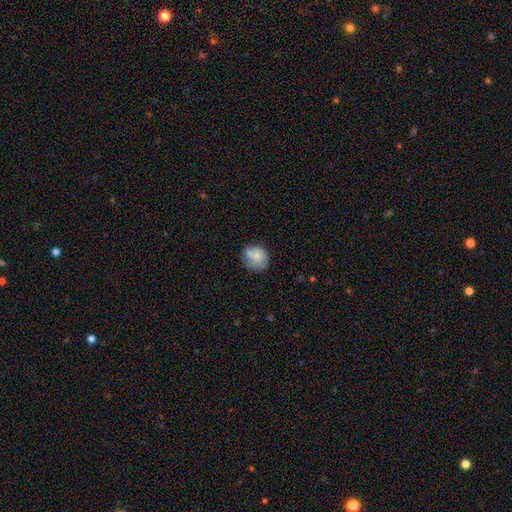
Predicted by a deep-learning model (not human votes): This is likely a smooth galaxy (72%). How rounded: likely round (66%). Merging: possibly none (52%).